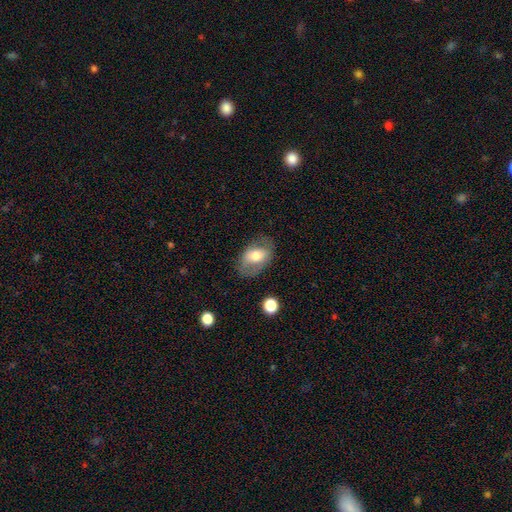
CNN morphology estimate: Smooth or featured?
  - smooth: 56% *
  - featured or disk: 36%
  - star or artifact: 7%
How rounded?
  - in between: 84% *
  - round: 15%
  - cigar-shaped: 1%
Merging?
  - none: 72% *
  - minor disturbance: 18%
  - major disturbance: 9%
  - merger: 2%